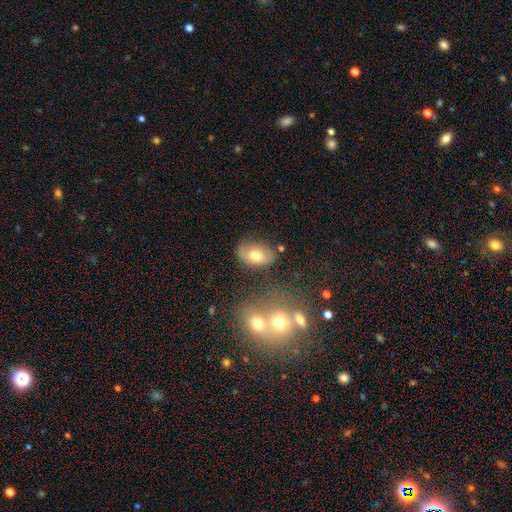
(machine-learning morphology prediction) smooth 70%, featured or disk 21%, star or artifact 9%. Down the decision tree: how rounded — in between (85%); merging — none (68%).